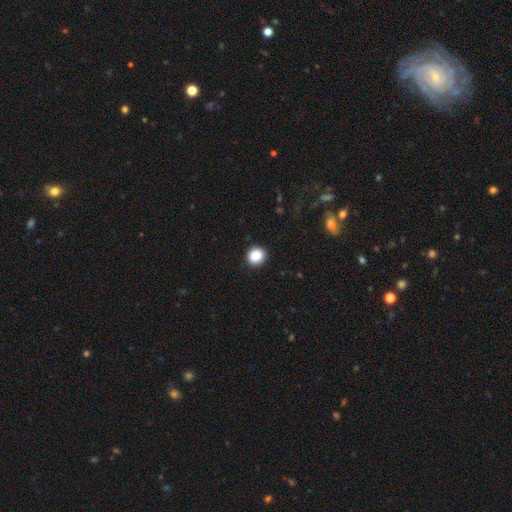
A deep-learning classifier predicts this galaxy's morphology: This appears to be a smooth galaxy with no disk features (88%) that is round (88%). Merging: none (91%).